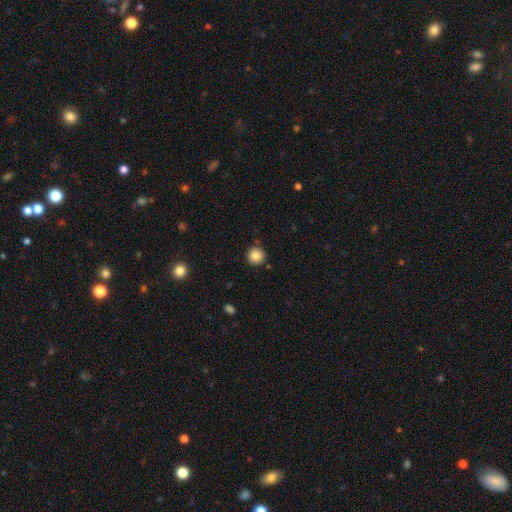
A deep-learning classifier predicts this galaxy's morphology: Smooth or featured: smooth — 86% (star or artifact — 10%)
How rounded: round — 95% (in between — 4%)
Merging: none — 90% (minor disturbance — 6%)